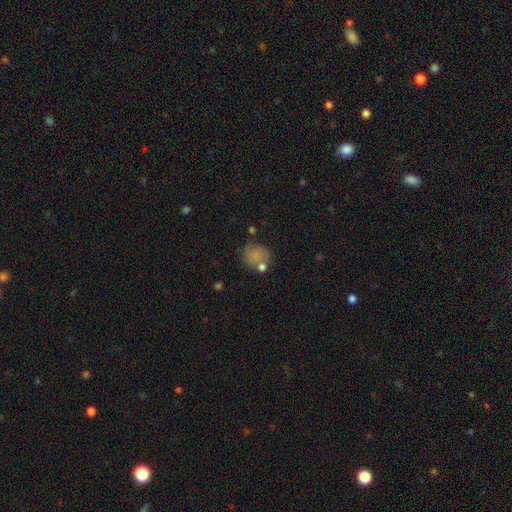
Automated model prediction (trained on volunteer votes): smooth_or_featured: smooth (p=0.76) [alt: featured or disk p=0.12]
how_rounded: round (p=0.78) [alt: in between p=0.21]
merging: none (p=0.60) [alt: minor disturbance p=0.18]